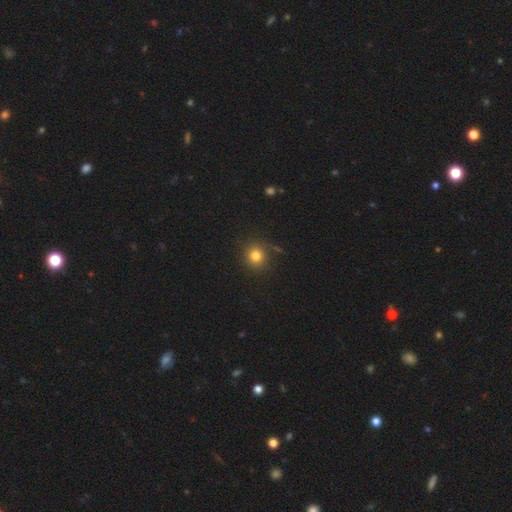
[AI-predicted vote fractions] A smooth galaxy with no disk features (80%) that is round (90%).

Vote fractions:
- Smooth or featured? smooth: 80% / star or artifact: 14% / featured or disk: 6%
- How rounded? round: 90% / in between: 9% / cigar-shaped: 1%
- Merging? none: 86% / minor disturbance: 9% / major disturbance: 3% / merger: 2%